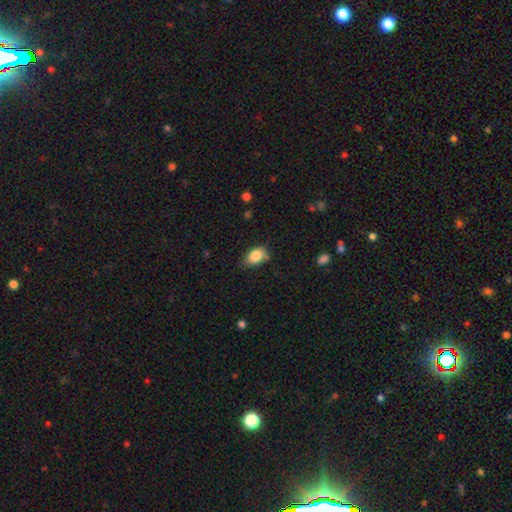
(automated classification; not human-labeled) Overall: smooth (85%). How rounded: in between (86%). Merging: none (65%; minor disturbance 26%).